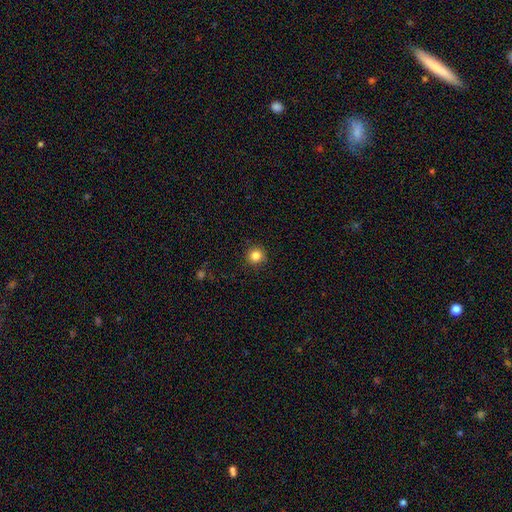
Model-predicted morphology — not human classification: smooth_or_featured: smooth (p=0.84) [alt: star or artifact p=0.12]
how_rounded: round (p=0.95) [alt: in between p=0.04]
merging: none (p=0.90) [alt: minor disturbance p=0.07]